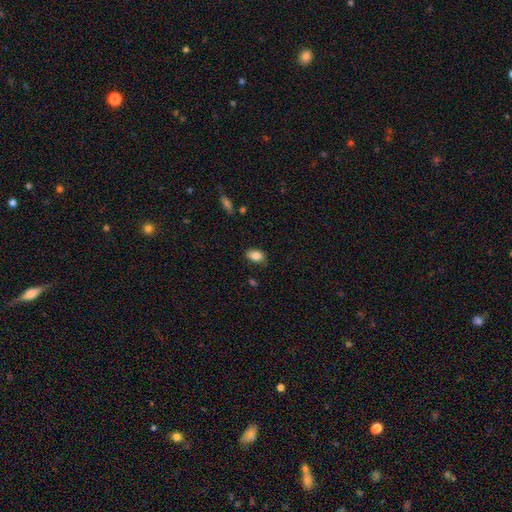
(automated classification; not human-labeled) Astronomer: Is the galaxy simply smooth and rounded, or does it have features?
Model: smooth — 85%.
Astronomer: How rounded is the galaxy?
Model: in between — 88%.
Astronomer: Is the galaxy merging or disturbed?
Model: none — 76%.